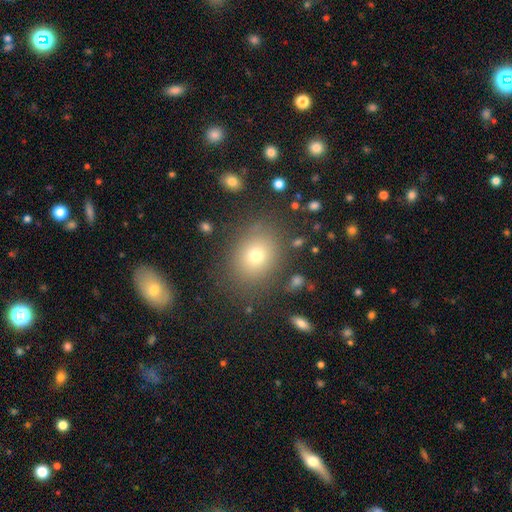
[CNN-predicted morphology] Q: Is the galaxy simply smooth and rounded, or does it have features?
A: smooth — 72%.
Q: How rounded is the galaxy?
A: round — 57%.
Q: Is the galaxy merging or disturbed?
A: none — 80%.